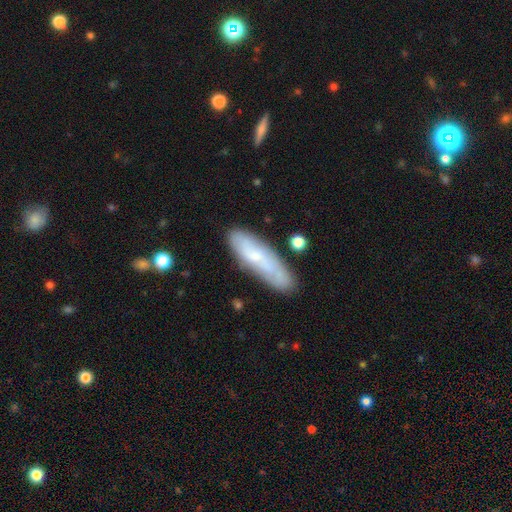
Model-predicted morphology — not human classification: A smooth galaxy with no disk features (53%) that is cigar-shaped (57%). Merging: none (72%).